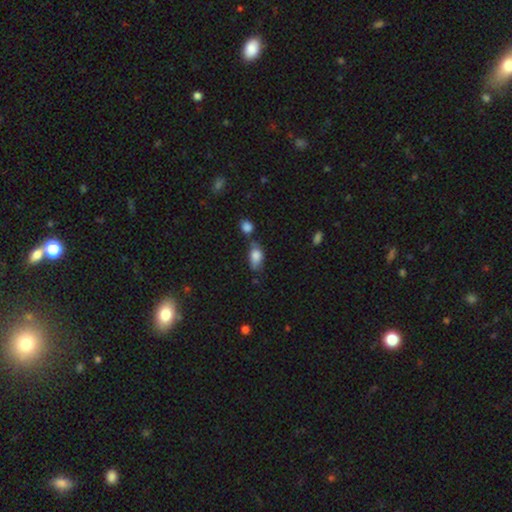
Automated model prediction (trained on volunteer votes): smooth-or-featured: smooth: 80% | featured or disk: 11% | star or artifact: 8%
  how-rounded: in between: 87% | round: 8% | cigar-shaped: 5%
  merging: none: 44% | minor disturbance: 24% | merger: 23% | major disturbance: 9%